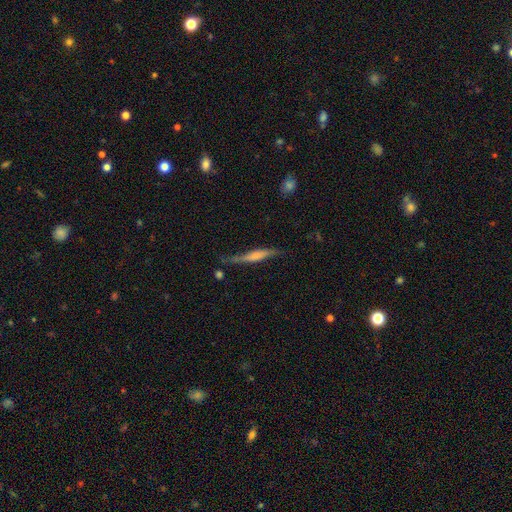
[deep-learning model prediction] Smooth or featured? featured or disk (51%)
Edge-on disk? yes (86%)
Merging? none (59%)